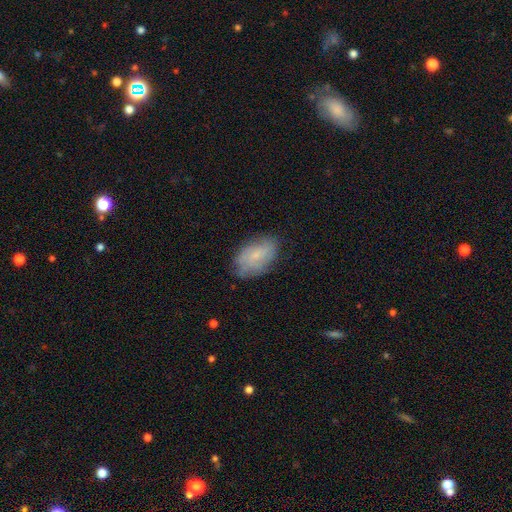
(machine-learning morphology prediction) Smooth or featured? smooth (53%)
How rounded? in between (91%)
Merging? none (73%)